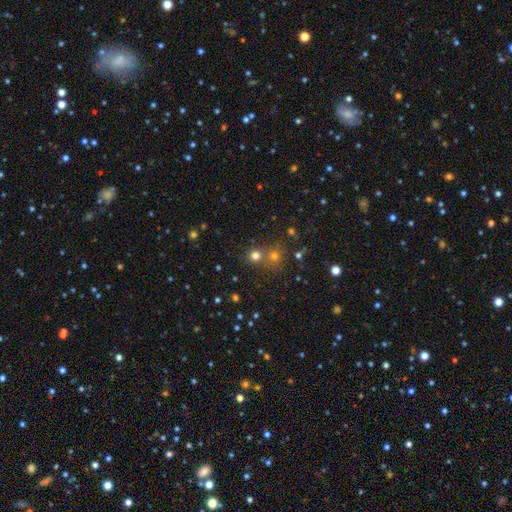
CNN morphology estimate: Smooth or featured: smooth — 71% (star or artifact — 22%)
How rounded: round — 89% (in between — 10%)
Merging: none — 62% (merger — 29%)